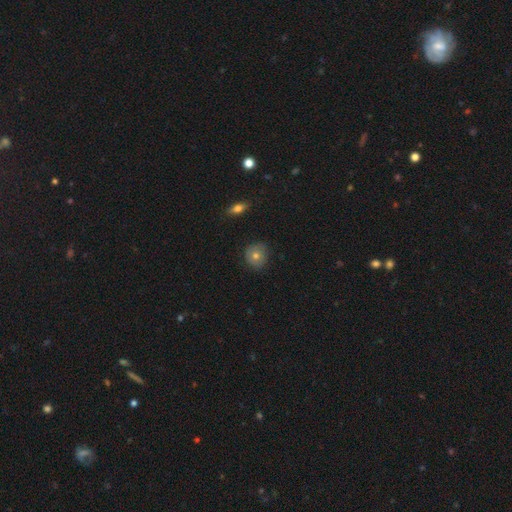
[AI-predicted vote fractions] The model was most divided on "smooth or featured": smooth: 65%, featured or disk: 24%, star or artifact: 11%. More confident: how rounded — round (86%); merging — none (81%).